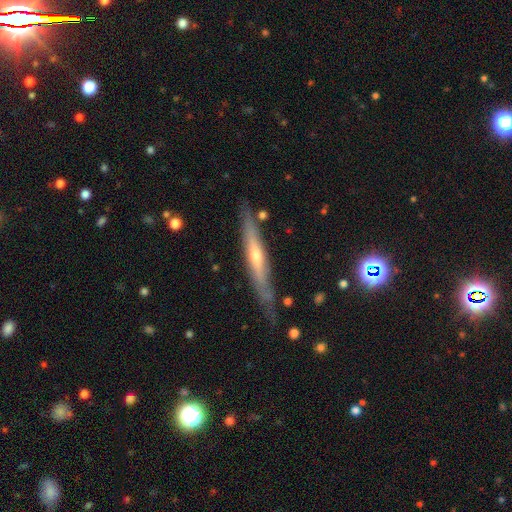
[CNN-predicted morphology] Q: Smooth or featured?
A: featured or disk (66%); runner-up: smooth (27%)
Q: Edge-on disk?
A: yes (89%); runner-up: no (11%)
Q: Edge-on bulge?
A: rounded (59%); runner-up: none (35%)
Q: Merging?
A: none (75%); runner-up: minor disturbance (19%)